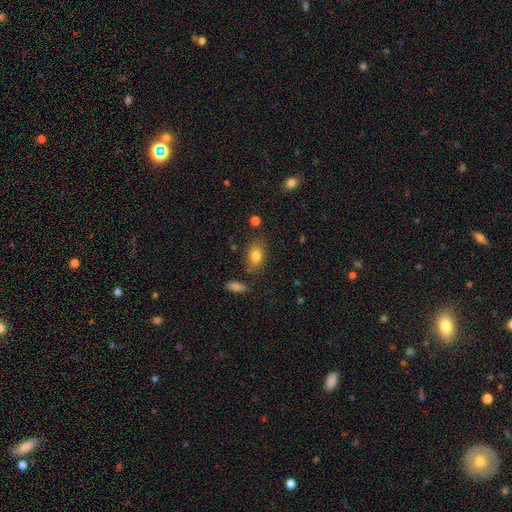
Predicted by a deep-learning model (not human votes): Q: Smooth or featured?
A: smooth (80%); runner-up: featured or disk (10%)
Q: How rounded?
A: in between (83%); runner-up: round (14%)
Q: Merging?
A: none (78%); runner-up: minor disturbance (14%)